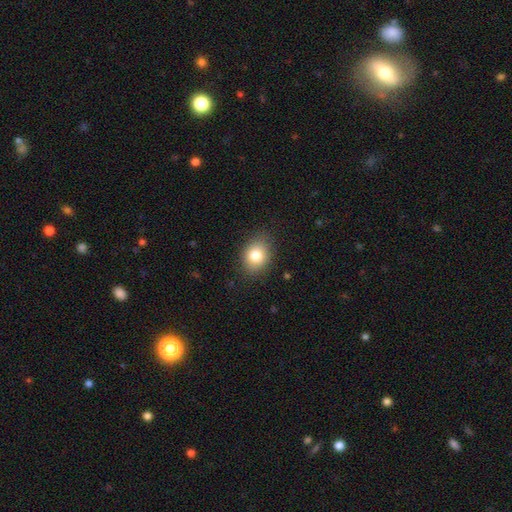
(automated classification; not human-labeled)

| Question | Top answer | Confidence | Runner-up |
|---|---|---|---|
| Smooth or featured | smooth | 81% | star or artifact (10%) |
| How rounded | in between | 60% | round (39%) |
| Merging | none | 83% | minor disturbance (12%) |